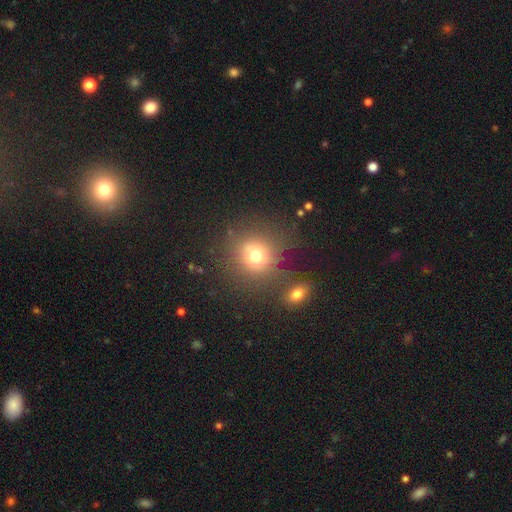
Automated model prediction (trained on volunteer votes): Smooth or featured: smooth — 71% (star or artifact — 17%)
How rounded: round — 87% (in between — 12%)
Merging: none — 71% (merger — 12%)